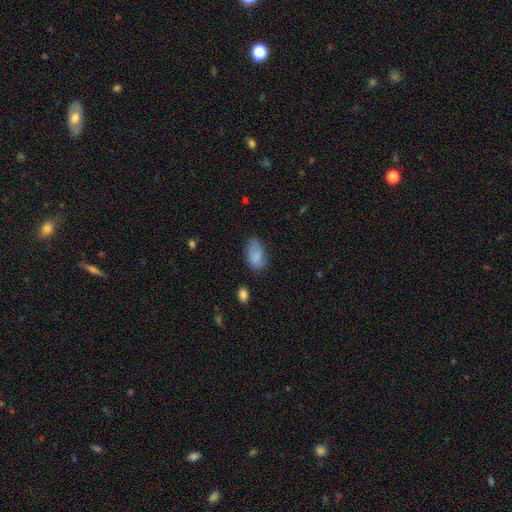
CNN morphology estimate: Smooth or featured? smooth (84%)
How rounded? in between (92%)
Merging? none (69%)